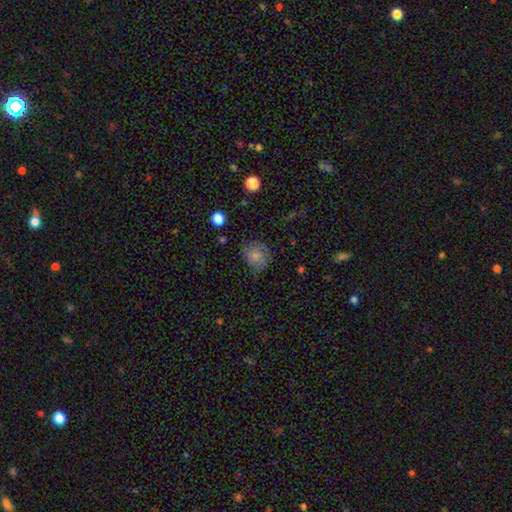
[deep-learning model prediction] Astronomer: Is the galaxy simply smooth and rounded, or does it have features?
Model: smooth — 76%.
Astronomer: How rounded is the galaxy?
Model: round — 79%.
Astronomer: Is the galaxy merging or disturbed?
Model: none — 63%.